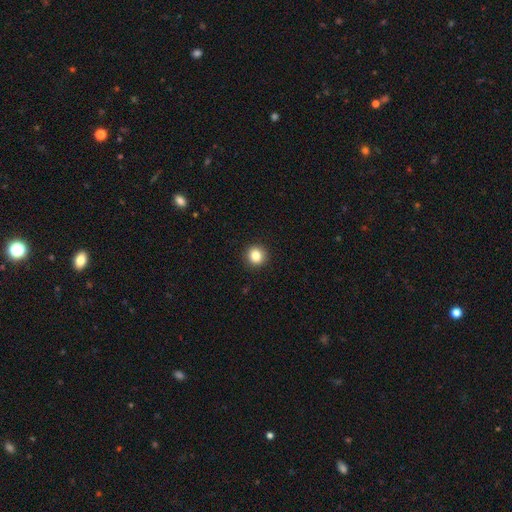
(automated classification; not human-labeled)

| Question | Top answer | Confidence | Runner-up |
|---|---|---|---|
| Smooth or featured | smooth | 84% | star or artifact (11%) |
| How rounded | round | 92% | in between (7%) |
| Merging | none | 93% | minor disturbance (5%) |